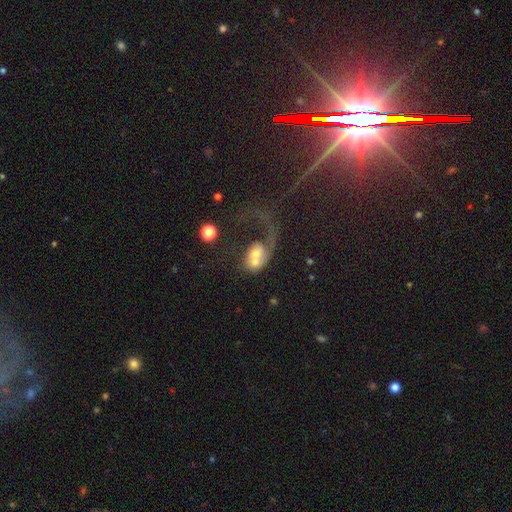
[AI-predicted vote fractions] smooth_or_featured: featured or disk (p=0.47) [alt: smooth p=0.43]
merging: merger (p=0.52) [alt: major disturbance p=0.30]